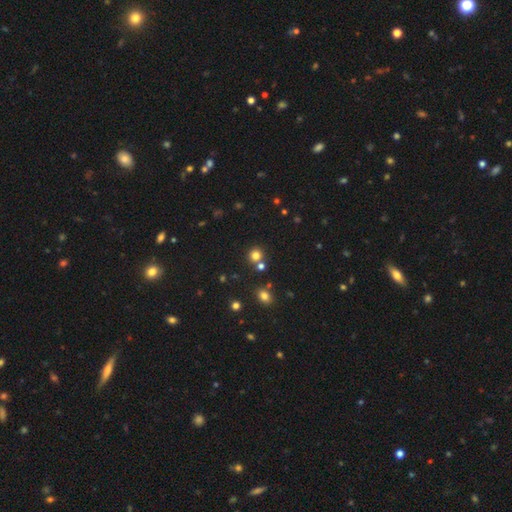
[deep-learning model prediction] Smooth or featured? smooth (77%)
How rounded? round (89%)
Merging? none (74%)